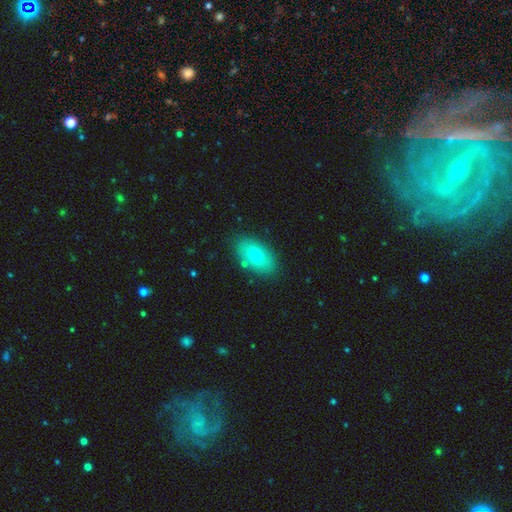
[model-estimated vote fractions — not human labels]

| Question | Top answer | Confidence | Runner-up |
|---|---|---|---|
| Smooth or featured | smooth | 70% | featured or disk (22%) |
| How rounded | in between | 91% | round (7%) |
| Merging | none | 82% | minor disturbance (11%) |